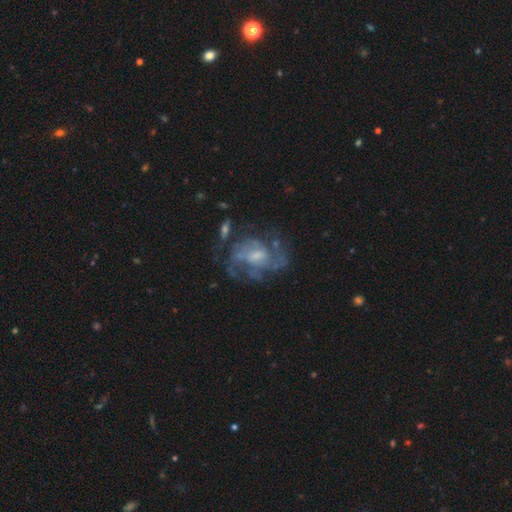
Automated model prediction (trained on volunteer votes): This is likely a featured or disk galaxy (79%). It is clearly not viewed edge-on (97%). Bar: possibly weak (46%). Spiral arm pattern: clearly yes (80%). Spiral arm count: marginally can't tell (37%). Spiral winding: possibly medium (46%). Central bulge: marginally moderate (42%). Merging: possibly none (53%).